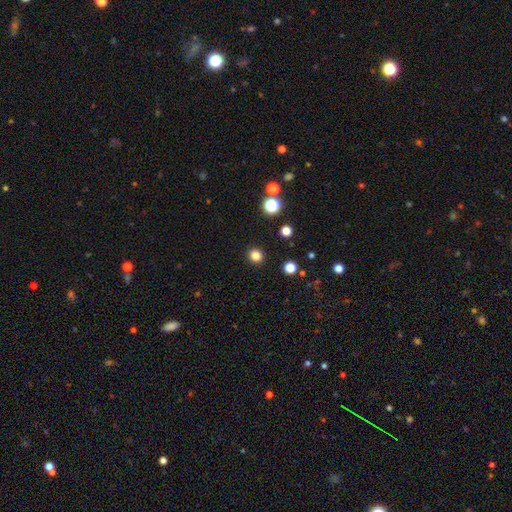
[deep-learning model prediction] smooth-or-featured: smooth: 83% | star or artifact: 14% | featured or disk: 4%
  how-rounded: round: 91% | in between: 8% | cigar-shaped: 1%
  merging: none: 92% | minor disturbance: 5% | major disturbance: 2% | merger: 1%